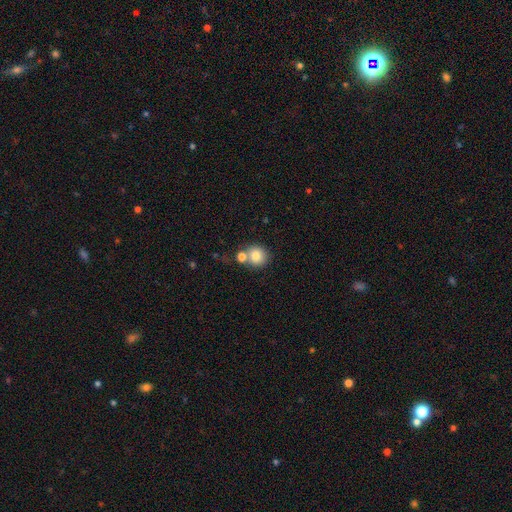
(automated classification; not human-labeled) Overall: smooth (79%). How rounded: round (87%). Merging: none (54%; merger 34%).